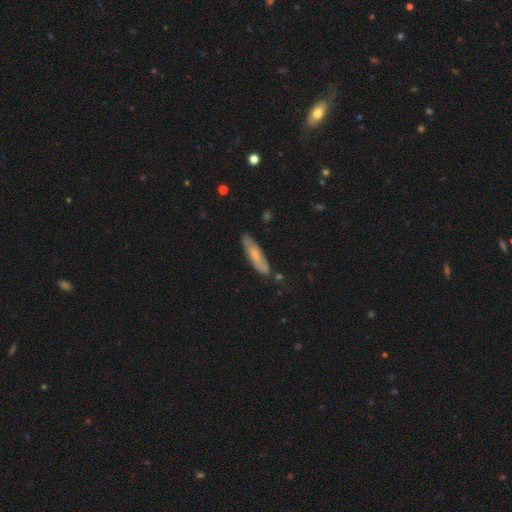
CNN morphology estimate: The model was most divided on "smooth or featured": smooth: 57%, featured or disk: 37%, star or artifact: 7%. More confident: merging — none (77%); how rounded — cigar-shaped (73%).